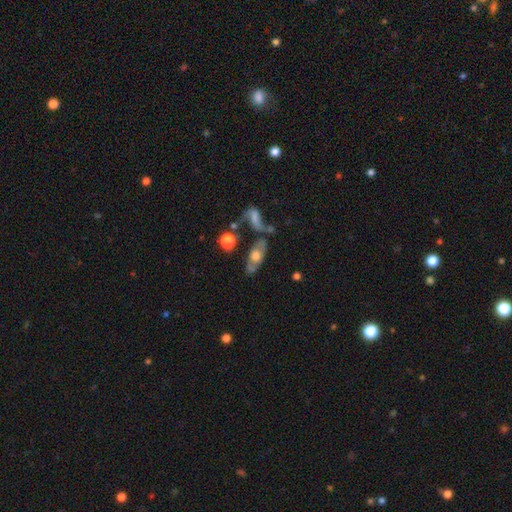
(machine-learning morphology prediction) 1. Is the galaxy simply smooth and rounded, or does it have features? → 49% featured or disk, 42% smooth, 9% star or artifact.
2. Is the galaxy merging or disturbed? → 52% none, 18% minor disturbance, 18% merger, 12% major disturbance.